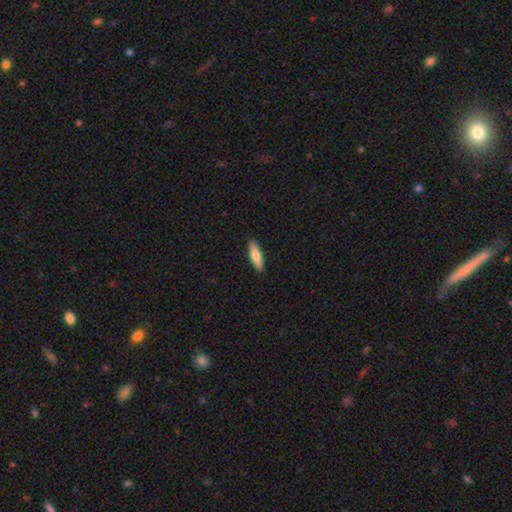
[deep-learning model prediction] A smooth galaxy with no disk features (75%) that is cigar-shaped (57%).

Vote fractions:
- Smooth or featured? smooth: 75% / featured or disk: 20% / star or artifact: 5%
- How rounded? cigar-shaped: 57% / in between: 41% / round: 2%
- Merging? none: 91% / minor disturbance: 7% / major disturbance: 1% / merger: 1%